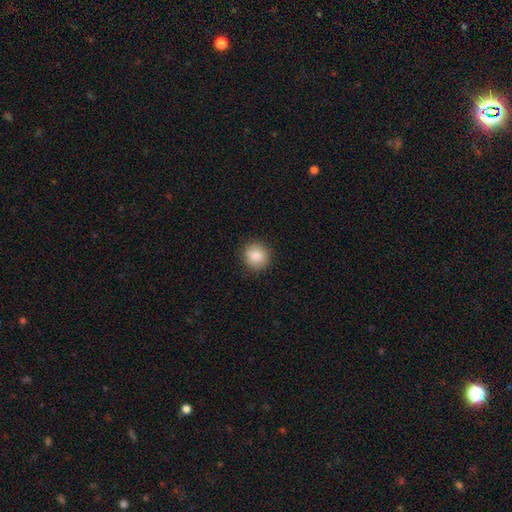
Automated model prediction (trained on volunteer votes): Smooth or featured?
  - smooth: 87% *
  - star or artifact: 8%
  - featured or disk: 5%
How rounded?
  - round: 87% *
  - in between: 12%
  - cigar-shaped: 1%
Merging?
  - none: 89% *
  - minor disturbance: 8%
  - major disturbance: 2%
  - merger: 1%